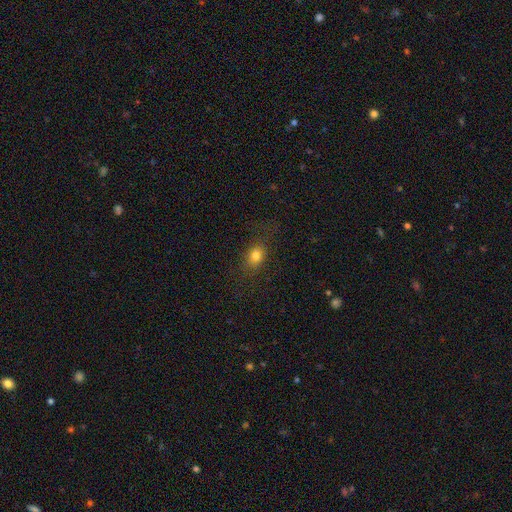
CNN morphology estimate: Smooth or featured: smooth — 77% (star or artifact — 13%)
How rounded: in between — 61% (round — 36%)
Merging: none — 78% (minor disturbance — 14%)